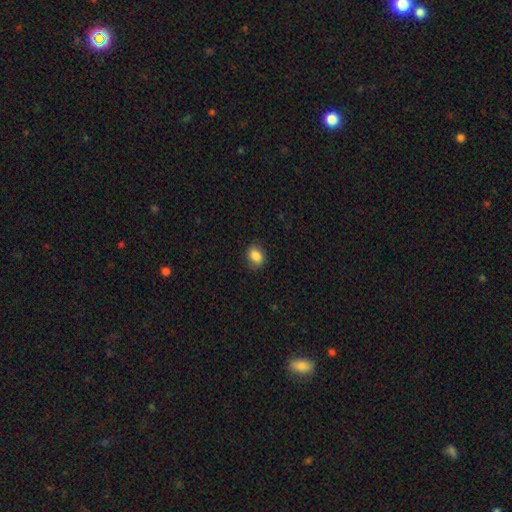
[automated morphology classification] smooth-or-featured: smooth: 87% | star or artifact: 8% | featured or disk: 5%
  how-rounded: in between: 65% | round: 34% | cigar-shaped: 1%
  merging: none: 79% | minor disturbance: 16% | major disturbance: 4% | merger: 1%